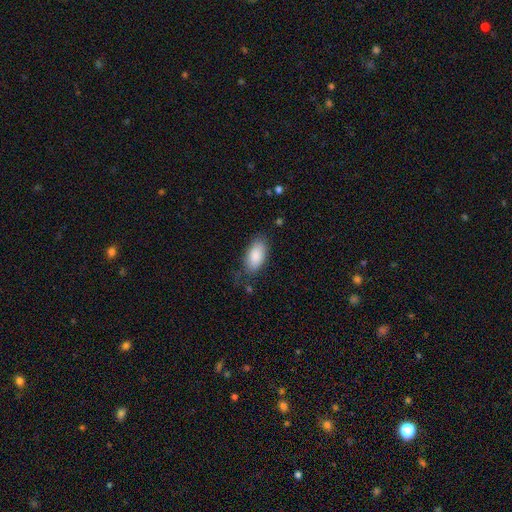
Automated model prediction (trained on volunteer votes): The model was most divided on "merging": none: 72%, minor disturbance: 20%, major disturbance: 6%, merger: 2%. More confident: how rounded — in between (93%); smooth or featured — smooth (86%).